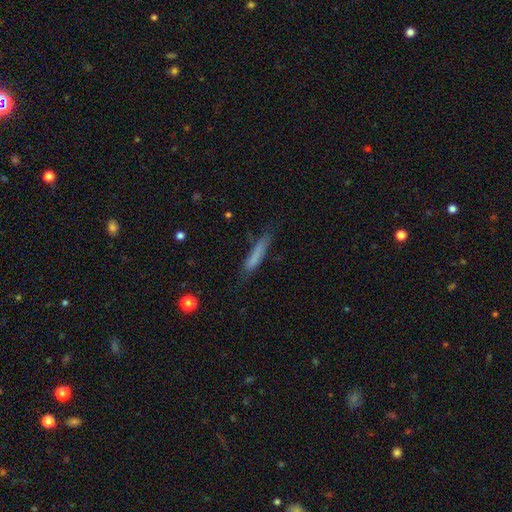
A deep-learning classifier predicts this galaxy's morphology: The model was most divided on "merging": none: 71%, minor disturbance: 21%, major disturbance: 6%, merger: 2%. More confident: how rounded — cigar-shaped (90%); smooth or featured — smooth (72%).